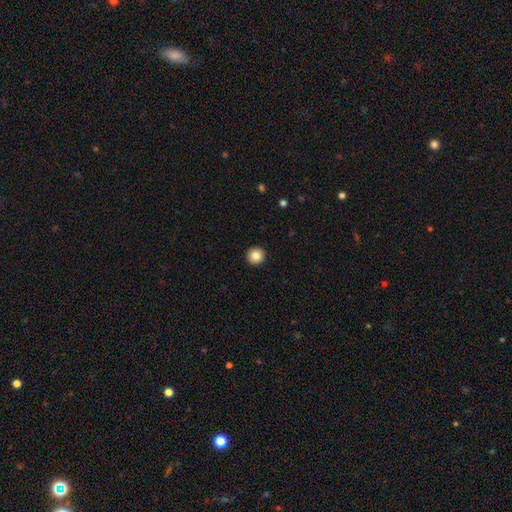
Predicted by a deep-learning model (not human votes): A smooth galaxy with no disk features (85%) that is round (96%). Merging: none (94%).